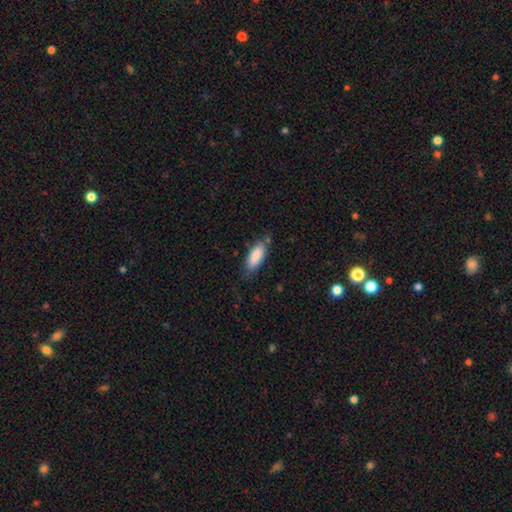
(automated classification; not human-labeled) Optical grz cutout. It shows a smooth galaxy with no disk features (86%) that is in between round and cigar-shaped (78%). Merging: none (70%).